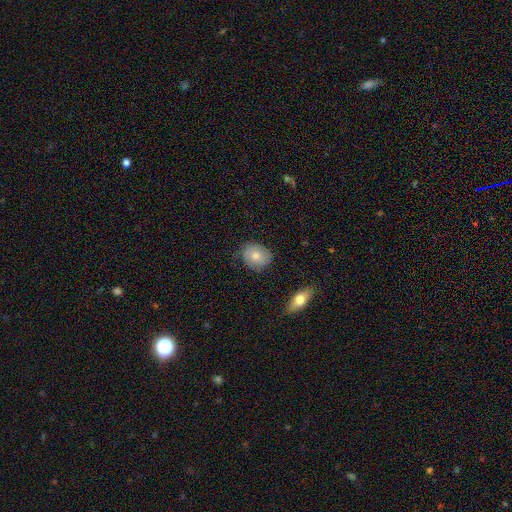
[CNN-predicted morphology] smooth-or-featured: smooth: 64% | featured or disk: 28% | star or artifact: 7%
  how-rounded: round: 51% | in between: 48% | cigar-shaped: 1%
  merging: none: 75% | minor disturbance: 19% | major disturbance: 5% | merger: 1%